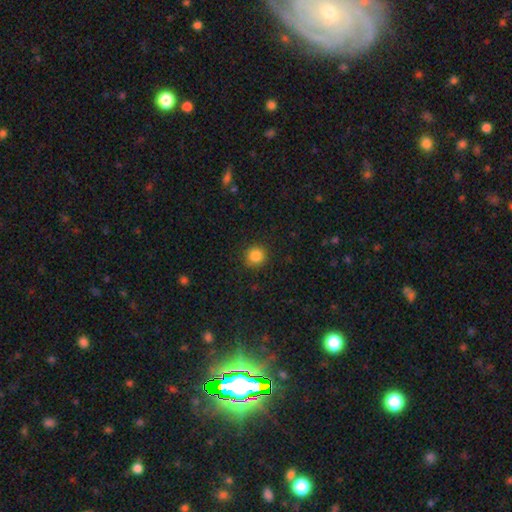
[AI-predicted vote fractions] Smooth or featured?
  - smooth: 85% *
  - star or artifact: 11%
  - featured or disk: 4%
How rounded?
  - round: 92% *
  - in between: 7%
  - cigar-shaped: 1%
Merging?
  - none: 89% *
  - minor disturbance: 8%
  - major disturbance: 2%
  - merger: 1%